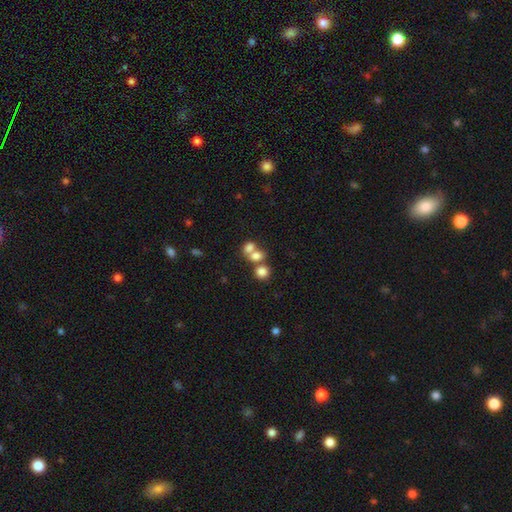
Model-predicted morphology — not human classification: Smooth or featured: smooth — 74% (featured or disk — 14%)
How rounded: round — 57% (in between — 41%)
Merging: merger — 56% (none — 32%)